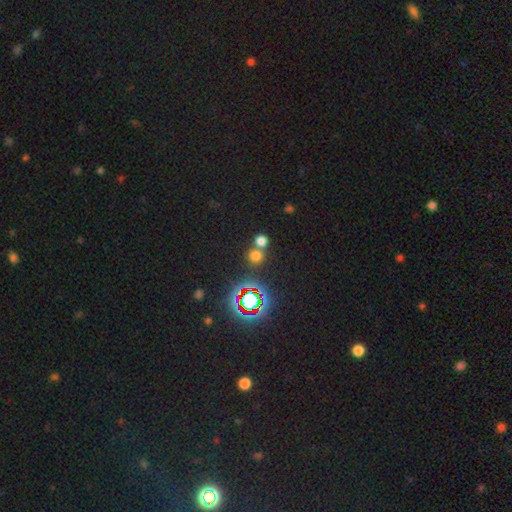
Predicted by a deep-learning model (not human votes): Smooth or featured? Predicted: smooth (p=0.64). How rounded? Predicted: round (p=0.89). Merging? Predicted: none (p=0.61).